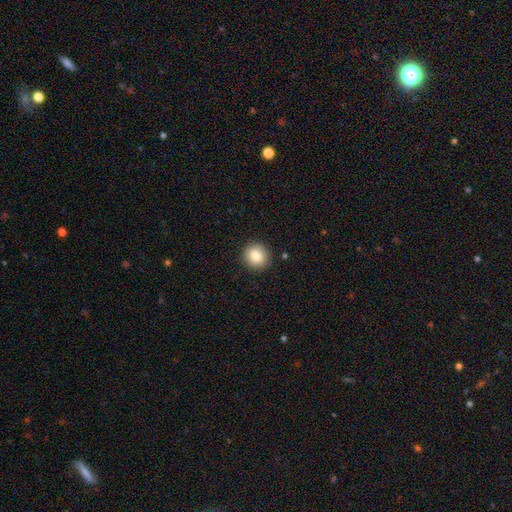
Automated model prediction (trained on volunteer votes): Q: Smooth or featured?
A: smooth (85%); runner-up: star or artifact (9%)
Q: How rounded?
A: round (88%); runner-up: in between (11%)
Q: Merging?
A: none (90%); runner-up: minor disturbance (7%)